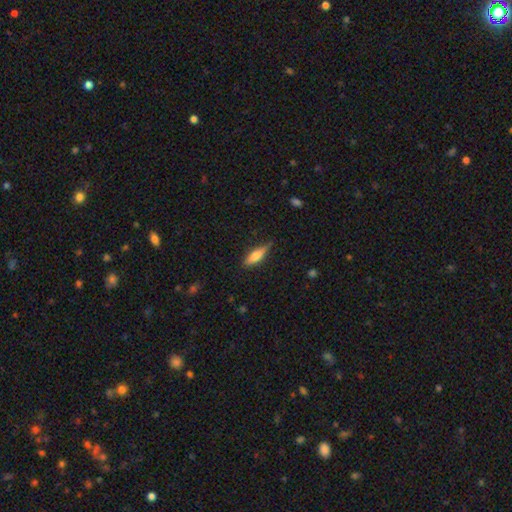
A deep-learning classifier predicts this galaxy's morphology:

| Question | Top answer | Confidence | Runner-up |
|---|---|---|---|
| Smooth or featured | smooth | 66% | featured or disk (28%) |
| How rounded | cigar-shaped | 55% | in between (43%) |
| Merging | none | 75% | minor disturbance (20%) |